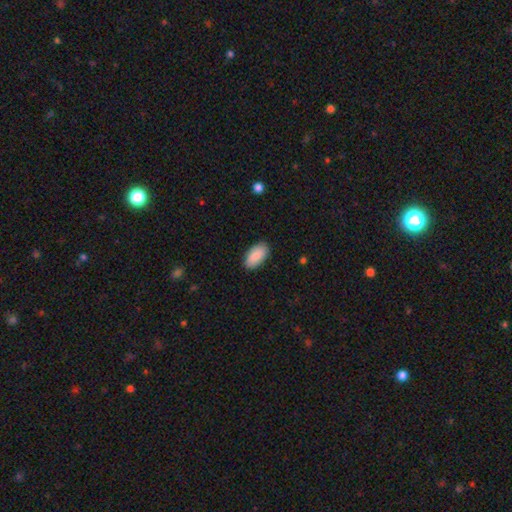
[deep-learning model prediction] Overall: smooth (88%). How rounded: in between (95%). Merging: none (88%).